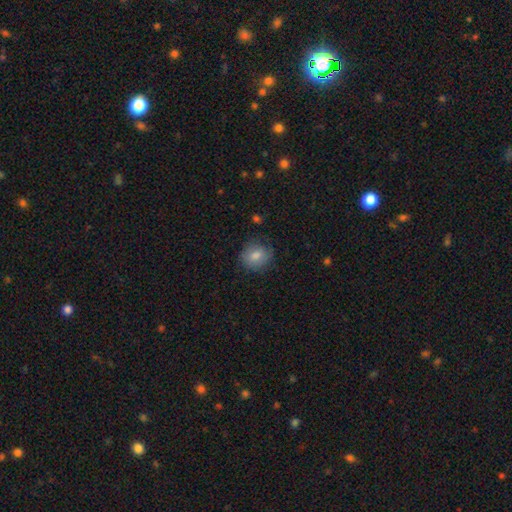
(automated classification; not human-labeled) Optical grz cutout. It shows a smooth galaxy with no disk features (76%) that is round (68%). Merging: none (78%).